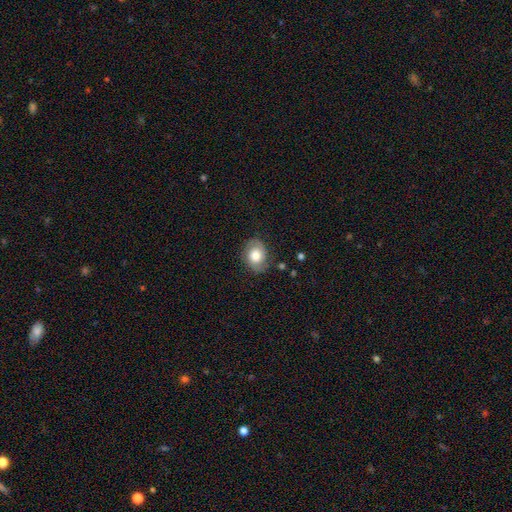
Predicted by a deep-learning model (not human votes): Smooth or featured?
  - smooth: 48% *
  - featured or disk: 44%
  - star or artifact: 8%
Merging?
  - none: 76% *
  - minor disturbance: 17%
  - major disturbance: 5%
  - merger: 1%